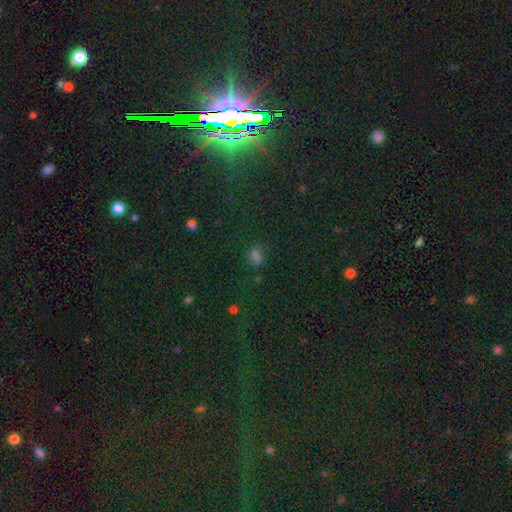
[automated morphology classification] smooth_or_featured: smooth (p=0.57) [alt: star or artifact p=0.35]
how_rounded: in between (p=0.62) [alt: round p=0.35]
merging: none (p=0.71) [alt: minor disturbance p=0.16]